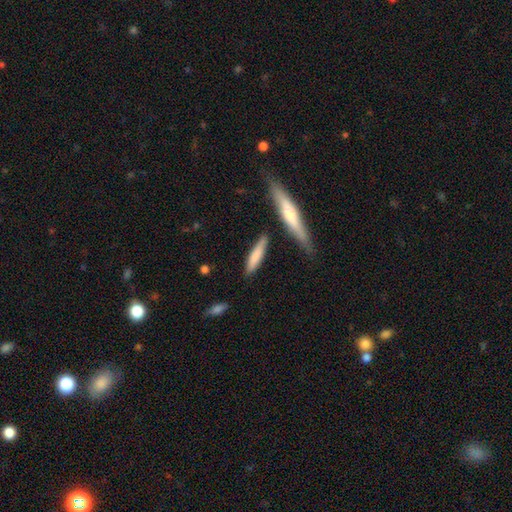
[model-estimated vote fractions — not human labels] Smooth or featured? Predicted: smooth (p=0.76). How rounded? Predicted: cigar-shaped (p=0.83). Merging? Predicted: none (p=0.78).